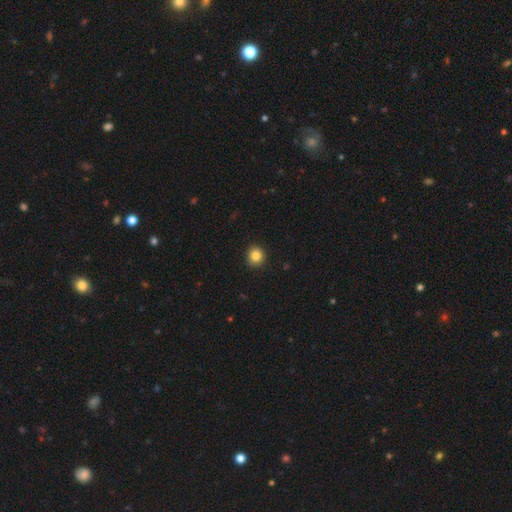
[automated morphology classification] smooth 85%, star or artifact 10%, featured or disk 5%. Down the decision tree: how rounded — round (87%); merging — none (89%).